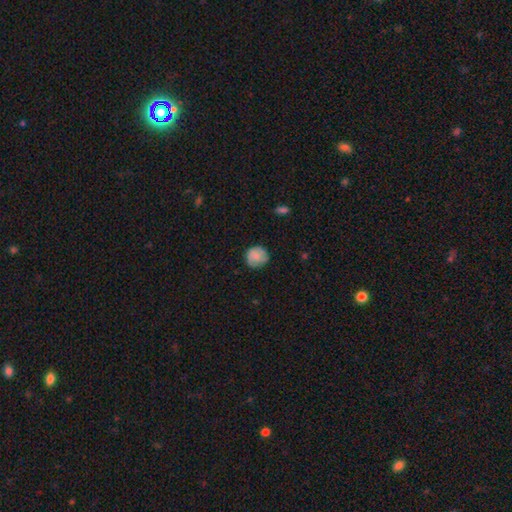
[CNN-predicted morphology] This is likely a smooth galaxy (78%). How rounded: clearly round (88%). Merging: likely none (74%).